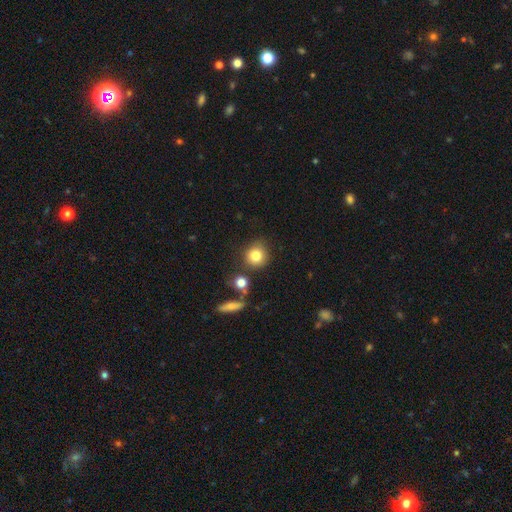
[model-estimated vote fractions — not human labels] Smooth or featured? smooth (82%)
How rounded? round (87%)
Merging? none (76%)